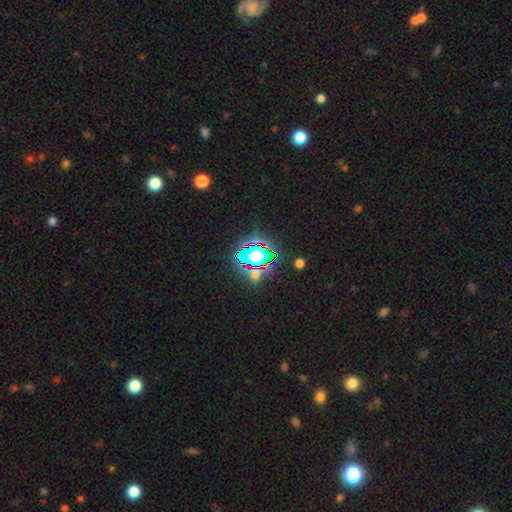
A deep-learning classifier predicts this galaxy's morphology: Smooth or featured? star or artifact (60%)